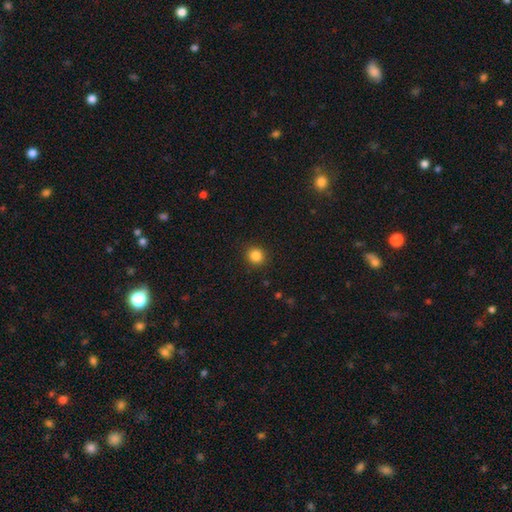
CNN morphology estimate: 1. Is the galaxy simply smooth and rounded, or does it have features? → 85% smooth, 11% star or artifact, 4% featured or disk.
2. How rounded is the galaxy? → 89% round, 10% in between, 1% cigar-shaped.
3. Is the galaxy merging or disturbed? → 91% none, 6% minor disturbance, 2% major disturbance, 1% merger.